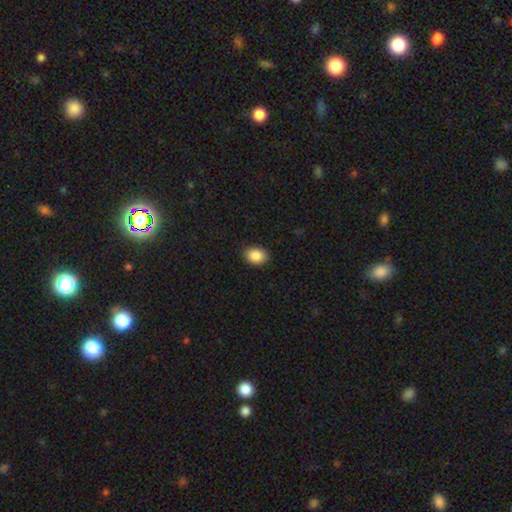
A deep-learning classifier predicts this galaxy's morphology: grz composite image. It shows a smooth galaxy with no disk features (87%) that is in between round and cigar-shaped (67%). Merging: none (88%).